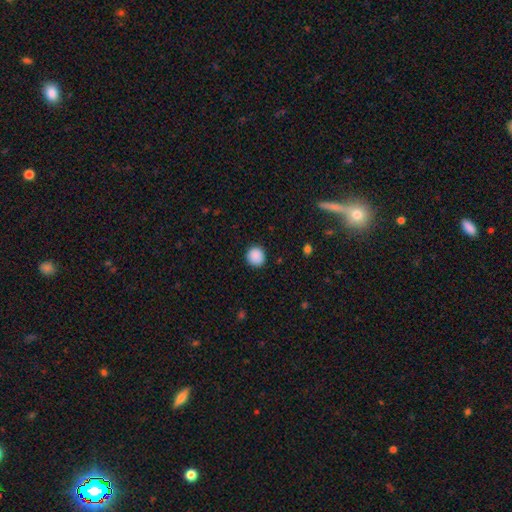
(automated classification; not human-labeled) smooth_or_featured: smooth (p=0.89) [alt: star or artifact p=0.09]
how_rounded: round (p=0.91) [alt: in between p=0.08]
merging: none (p=0.89) [alt: minor disturbance p=0.07]